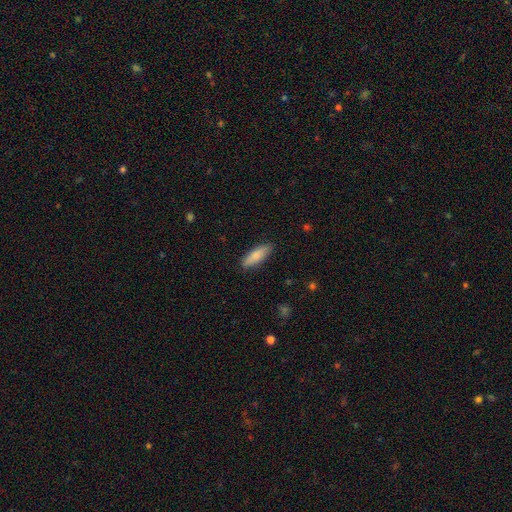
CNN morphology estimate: Smooth or featured? smooth (83%)
How rounded? in between (50%)
Merging? none (87%)